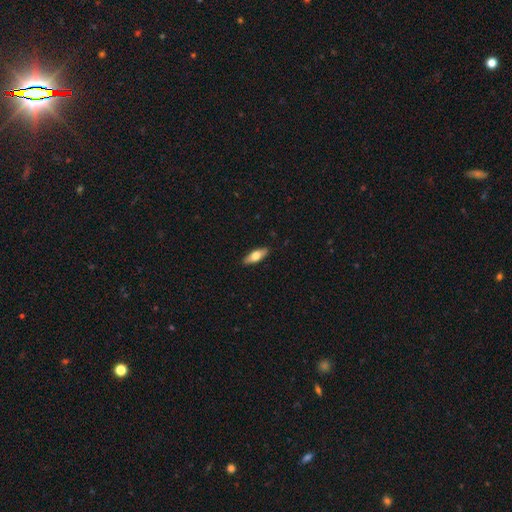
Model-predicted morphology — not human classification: A smooth galaxy with no disk features (64%) that is in between round and cigar-shaped (68%). Merging: none (88%).